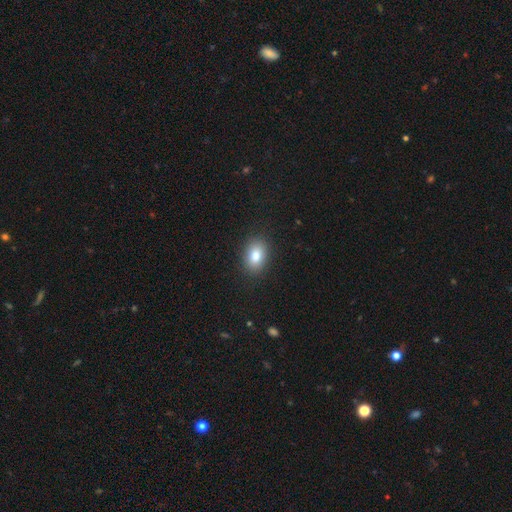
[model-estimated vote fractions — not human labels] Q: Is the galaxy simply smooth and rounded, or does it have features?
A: smooth — 82%.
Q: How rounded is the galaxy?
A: in between — 77%.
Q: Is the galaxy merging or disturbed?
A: none — 88%.